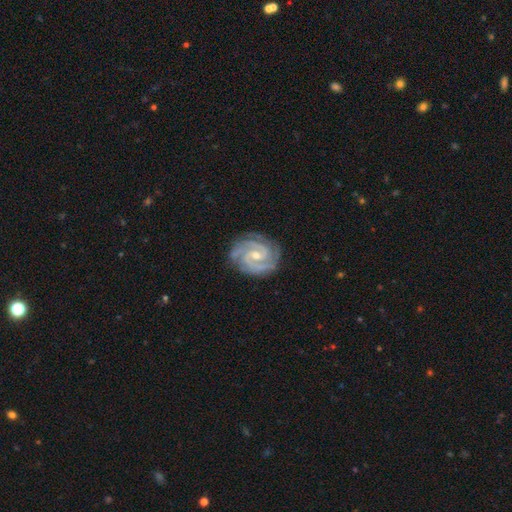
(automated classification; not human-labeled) Morphology: type=featured or disk (93%); edge-on=no (98%); bar=weak (44%); spiral arms=yes (99%); winding=tight (71%); arm count=3 (43%); bulge=small (53%); merging=none (81%).